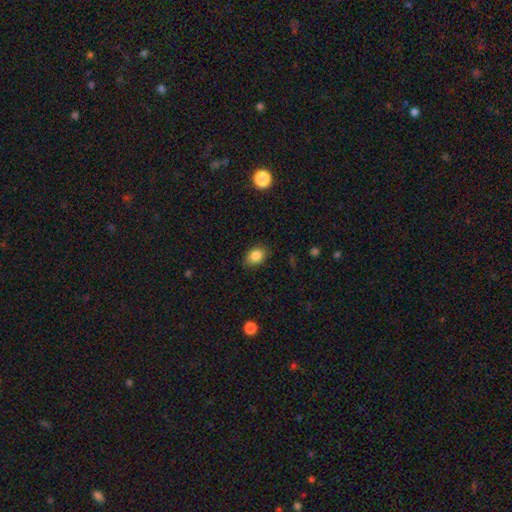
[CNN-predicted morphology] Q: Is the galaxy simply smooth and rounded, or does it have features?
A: smooth — 85%.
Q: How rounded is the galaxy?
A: in between — 72%.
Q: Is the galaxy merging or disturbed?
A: none — 84%.